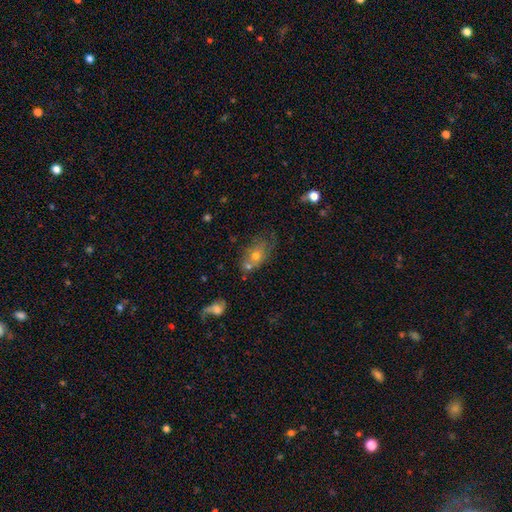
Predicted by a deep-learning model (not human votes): Q: Smooth or featured?
A: smooth (62%); runner-up: featured or disk (27%)
Q: How rounded?
A: in between (74%); runner-up: round (23%)
Q: Merging?
A: none (42%); runner-up: merger (25%)